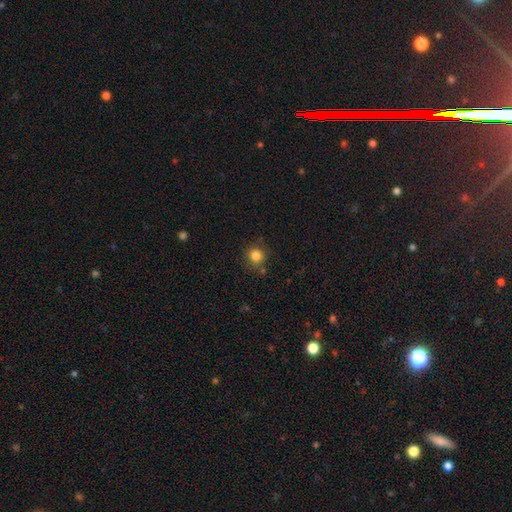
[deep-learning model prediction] smooth_or_featured: smooth (p=0.83) [alt: star or artifact p=0.12]
how_rounded: round (p=0.91) [alt: in between p=0.08]
merging: none (p=0.82) [alt: minor disturbance p=0.11]